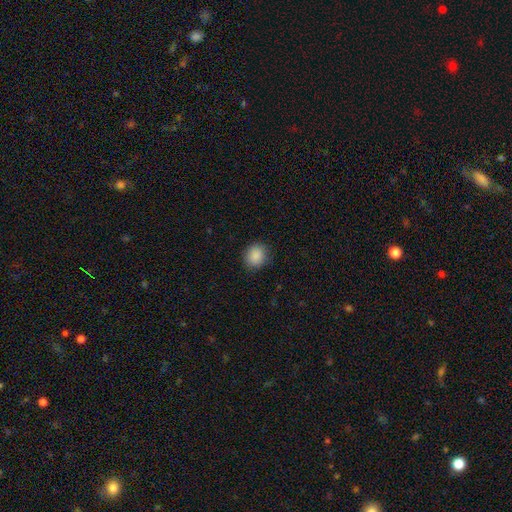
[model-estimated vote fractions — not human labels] smooth-or-featured: smooth: 87% | star or artifact: 9% | featured or disk: 4%
  how-rounded: round: 81% | in between: 18% | cigar-shaped: 1%
  merging: none: 87% | minor disturbance: 9% | major disturbance: 3% | merger: 1%